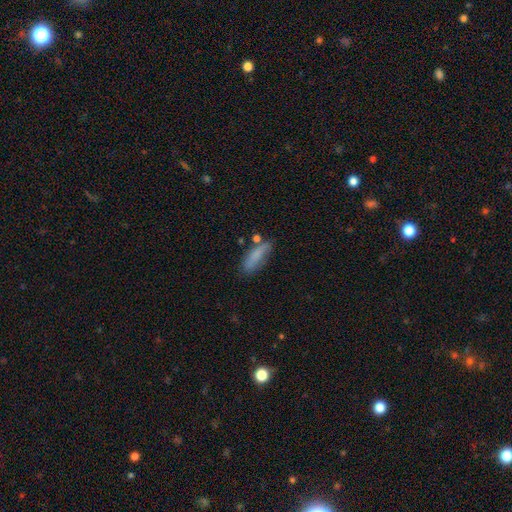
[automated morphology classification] A smooth galaxy with no disk features (78%) that is in between round and cigar-shaped (49%). Merging: none (58%).